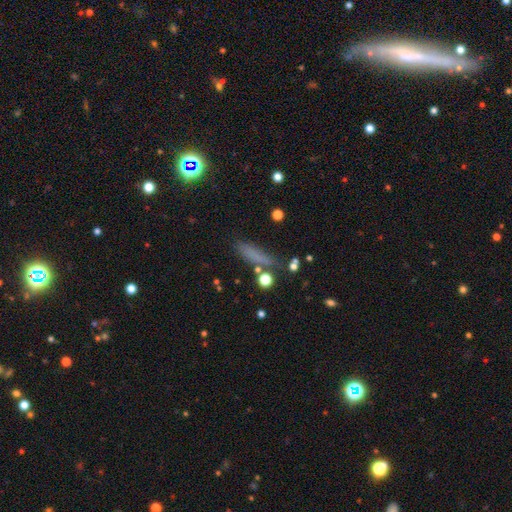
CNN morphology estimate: smooth-or-featured: smooth: 65% | star or artifact: 19% | featured or disk: 15%
  how-rounded: cigar-shaped: 75% | in between: 20% | round: 6%
  merging: none: 70% | minor disturbance: 17% | major disturbance: 7% | merger: 7%